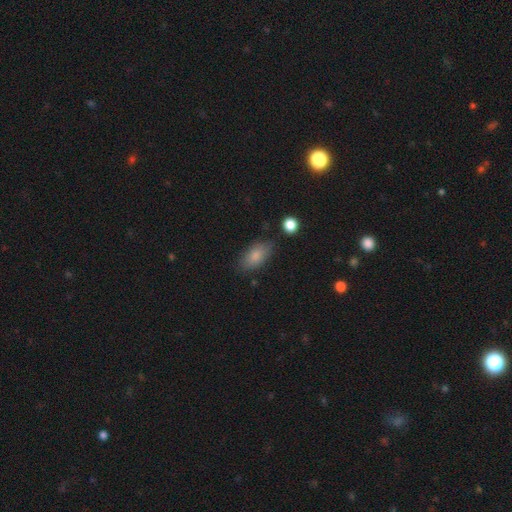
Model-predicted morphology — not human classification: Q: Smooth or featured?
A: smooth (83%); runner-up: featured or disk (10%)
Q: How rounded?
A: in between (90%); runner-up: cigar-shaped (5%)
Q: Merging?
A: none (77%); runner-up: minor disturbance (16%)